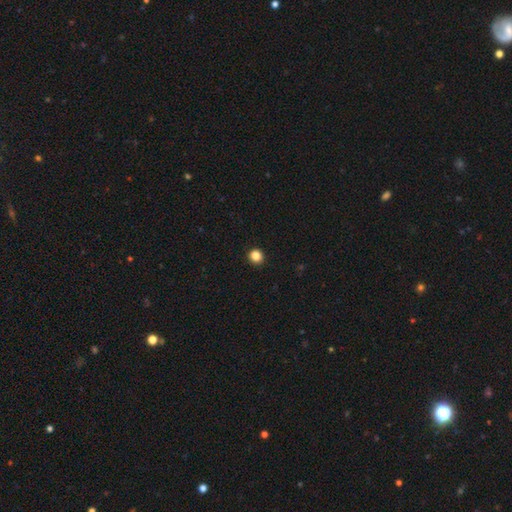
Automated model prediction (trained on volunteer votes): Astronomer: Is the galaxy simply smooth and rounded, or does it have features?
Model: smooth — 85%.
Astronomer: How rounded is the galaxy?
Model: round — 92%.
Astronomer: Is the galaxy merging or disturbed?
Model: none — 94%.